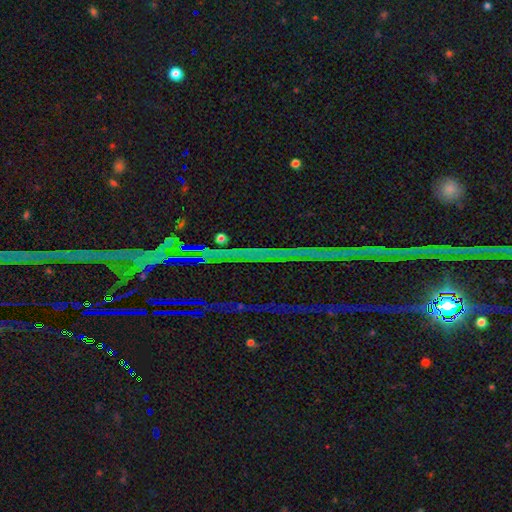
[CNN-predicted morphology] type=star or artifact (87%).